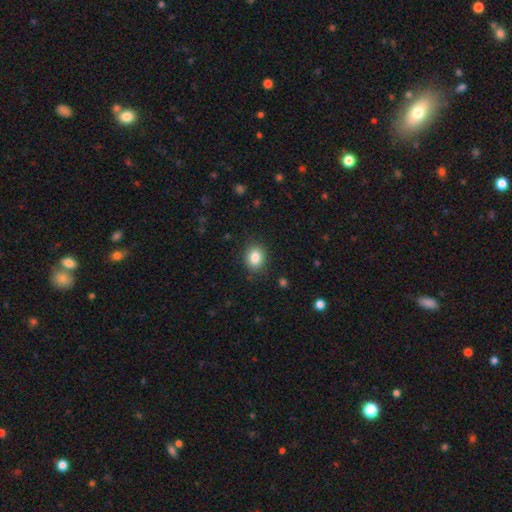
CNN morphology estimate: The model was most divided on "how rounded": in between: 51%, round: 48%, cigar-shaped: 1%. More confident: merging — none (86%); smooth or featured — smooth (85%).